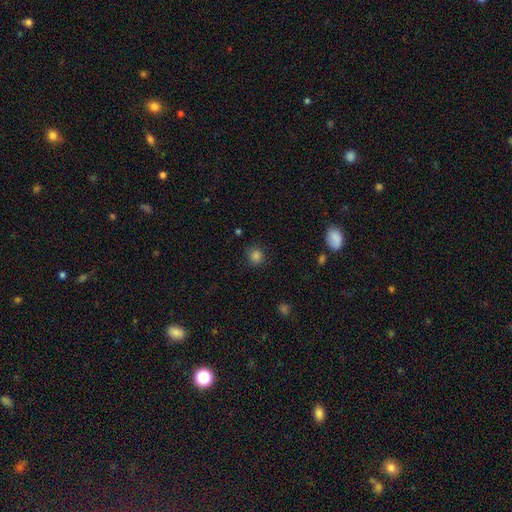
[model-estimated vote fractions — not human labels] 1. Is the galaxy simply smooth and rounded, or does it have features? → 83% smooth, 14% star or artifact, 4% featured or disk.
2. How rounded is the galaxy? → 90% round, 9% in between, 1% cigar-shaped.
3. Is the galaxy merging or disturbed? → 86% none, 10% minor disturbance, 3% major disturbance, 1% merger.